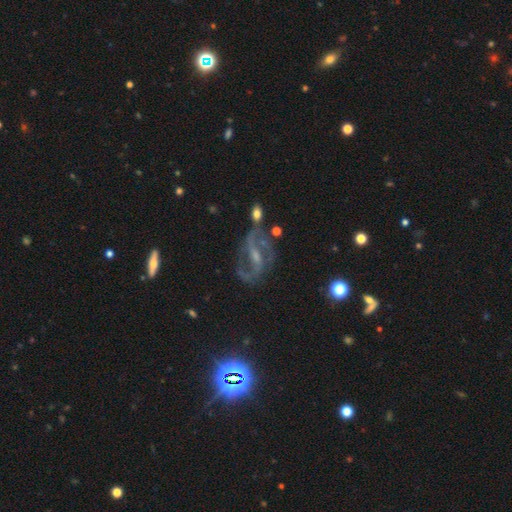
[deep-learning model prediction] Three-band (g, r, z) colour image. It shows a featured or disk galaxy (84%) with a weak bar (45%), 2 (84%) medium (49%) spiral arms (93%) and a small central bulge (53%). Merging: none (60%).